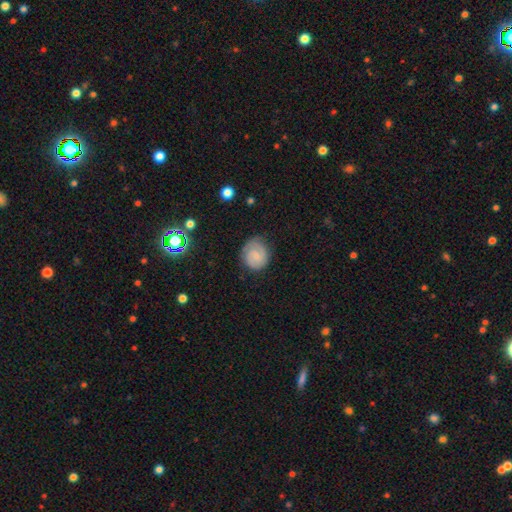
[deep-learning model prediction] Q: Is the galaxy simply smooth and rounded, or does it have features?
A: featured or disk — 63%.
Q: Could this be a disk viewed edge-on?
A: no — 98%.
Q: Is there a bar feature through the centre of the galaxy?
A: no — 52%.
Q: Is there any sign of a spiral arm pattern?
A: yes — 93%.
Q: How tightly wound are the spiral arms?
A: tight — 59%.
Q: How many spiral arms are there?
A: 2 — 69%.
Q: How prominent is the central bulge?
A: small — 59%.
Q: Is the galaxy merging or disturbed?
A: none — 73%.